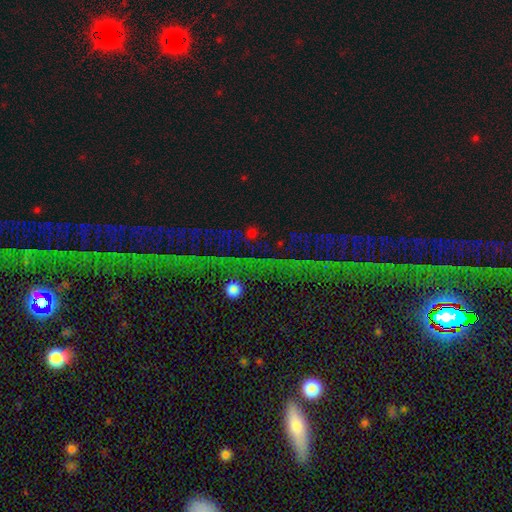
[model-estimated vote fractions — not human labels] Morphology: type=star or artifact (76%).